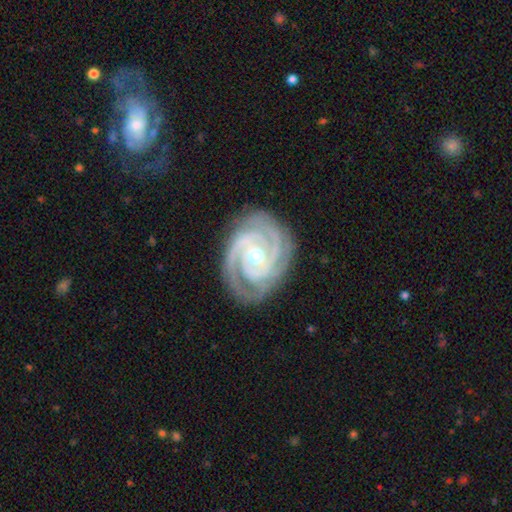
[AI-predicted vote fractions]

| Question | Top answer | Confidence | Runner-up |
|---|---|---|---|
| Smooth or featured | featured or disk | 93% | star or artifact (4%) |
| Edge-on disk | no | 97% | yes (3%) |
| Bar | no | 57% | weak (29%) |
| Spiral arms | yes | 98% | no (2%) |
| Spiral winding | tight | 75% | medium (22%) |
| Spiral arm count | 3 | 44% | 2 (30%) |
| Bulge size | moderate | 65% | small (31%) |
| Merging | none | 82% | minor disturbance (14%) |